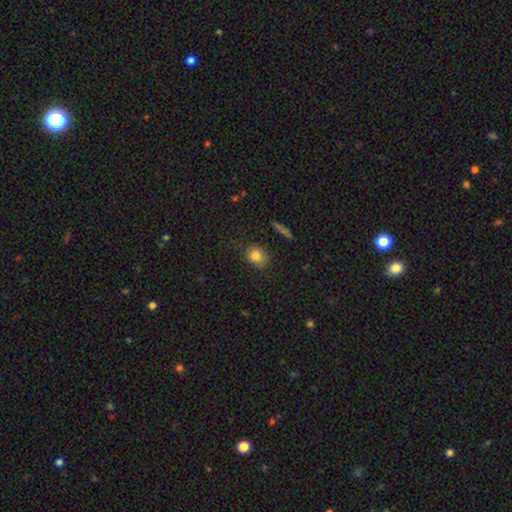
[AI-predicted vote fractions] smooth_or_featured: smooth (p=0.81) [alt: star or artifact p=0.11]
how_rounded: round (p=0.62) [alt: in between p=0.37]
merging: none (p=0.78) [alt: minor disturbance p=0.15]